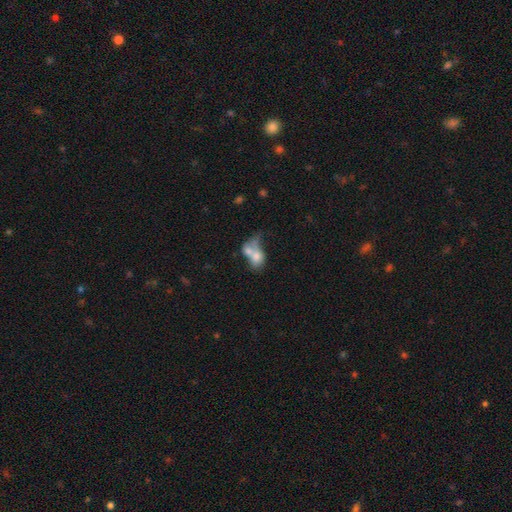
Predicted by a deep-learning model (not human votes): Smooth or featured: smooth — 64% (featured or disk — 27%)
How rounded: in between — 72% (round — 26%)
Merging: merger — 68% (none — 13%)